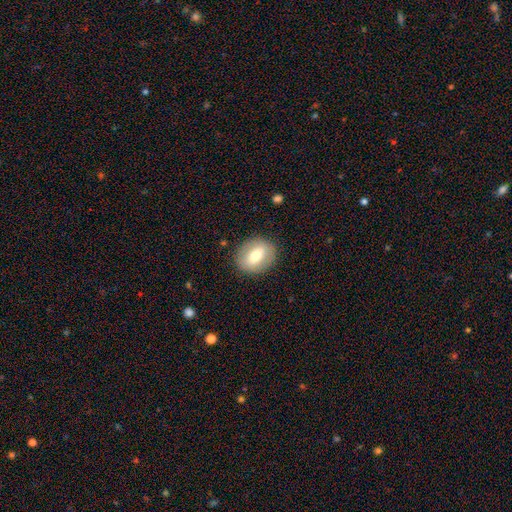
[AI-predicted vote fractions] A smooth galaxy with no disk features (62%) that is round (50%).

Vote fractions:
- Smooth or featured? smooth: 62% / featured or disk: 31% / star or artifact: 7%
- How rounded? round: 50% / in between: 49% / cigar-shaped: 1%
- Merging? none: 86% / minor disturbance: 10% / major disturbance: 3% / merger: 1%